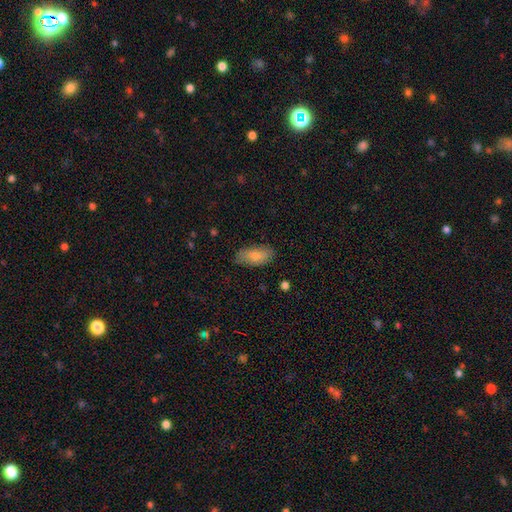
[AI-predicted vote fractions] This is clearly a smooth galaxy (85%). How rounded: clearly in between (90%). Merging: clearly none (80%).